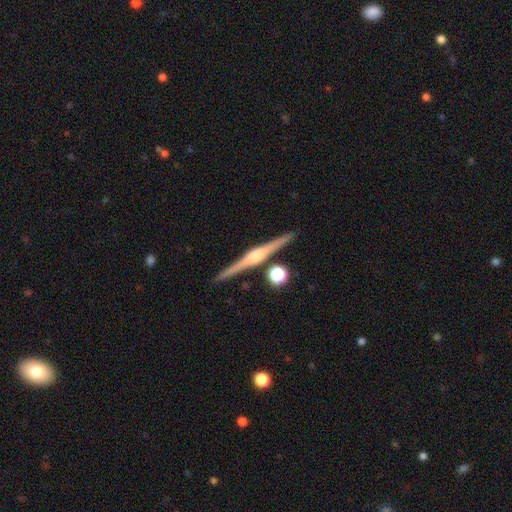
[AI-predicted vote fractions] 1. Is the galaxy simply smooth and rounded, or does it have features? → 86% featured or disk, 9% smooth, 5% star or artifact.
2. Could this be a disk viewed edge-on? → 99% yes, 1% no.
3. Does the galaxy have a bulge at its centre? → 83% rounded, 11% boxy, 7% none.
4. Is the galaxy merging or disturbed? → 89% none, 6% minor disturbance, 3% merger, 2% major disturbance.